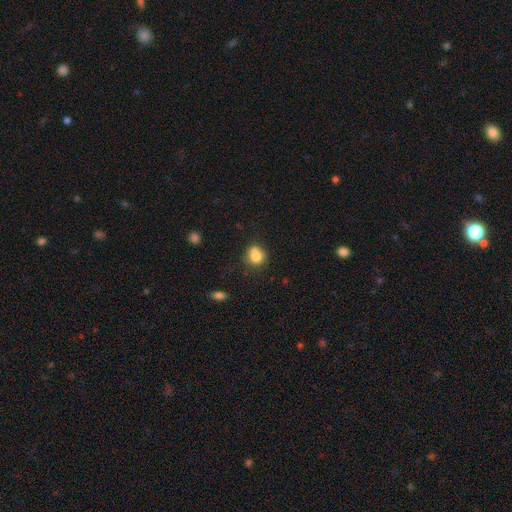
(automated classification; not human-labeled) Smooth or featured: smooth — 77% (featured or disk — 12%)
How rounded: round — 68% (in between — 31%)
Merging: none — 48% (merger — 24%)